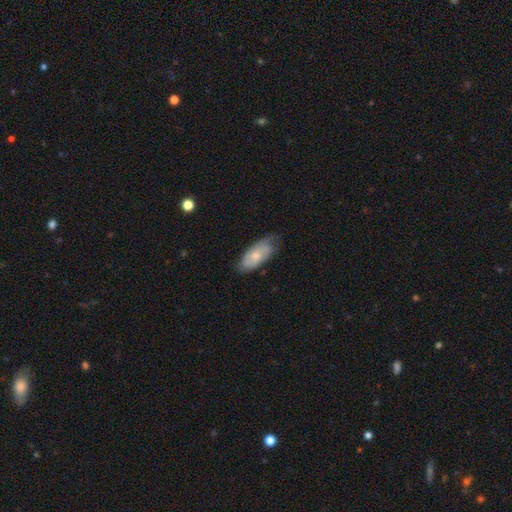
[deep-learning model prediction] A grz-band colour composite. It shows a smooth galaxy with no disk features (59%) that is in between round and cigar-shaped (84%). Merging: none (65%).